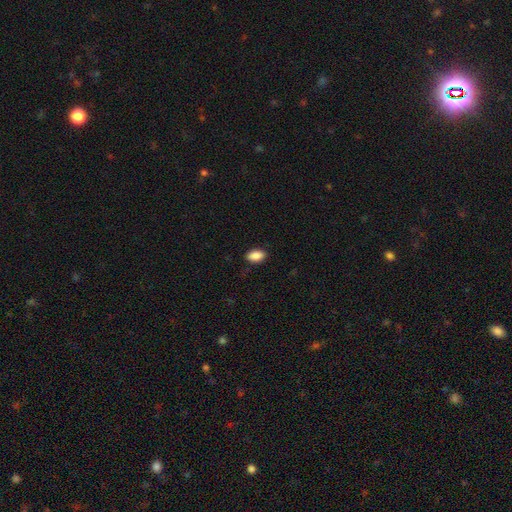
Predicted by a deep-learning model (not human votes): smooth-or-featured: smooth: 89% | star or artifact: 7% | featured or disk: 4%
  how-rounded: in between: 93% | round: 5% | cigar-shaped: 2%
  merging: none: 86% | minor disturbance: 11% | major disturbance: 2% | merger: 1%